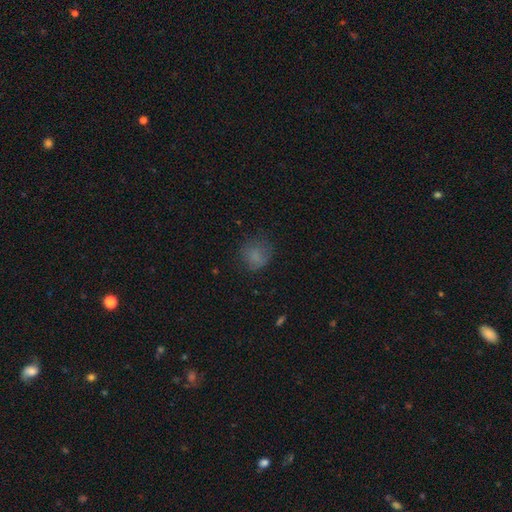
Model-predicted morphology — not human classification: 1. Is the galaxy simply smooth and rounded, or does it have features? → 74% smooth, 14% star or artifact, 11% featured or disk.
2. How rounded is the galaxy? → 75% round, 24% in between, 1% cigar-shaped.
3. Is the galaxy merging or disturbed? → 62% none, 23% minor disturbance, 13% major disturbance, 2% merger.